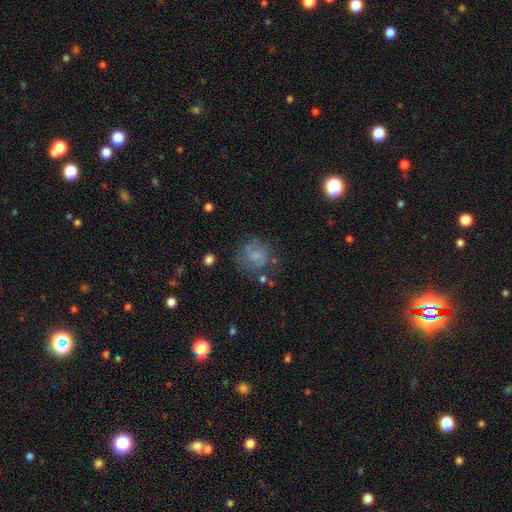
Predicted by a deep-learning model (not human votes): Q: Smooth or featured?
A: smooth (55%); runner-up: featured or disk (33%)
Q: How rounded?
A: round (80%); runner-up: in between (19%)
Q: Merging?
A: none (57%); runner-up: minor disturbance (22%)